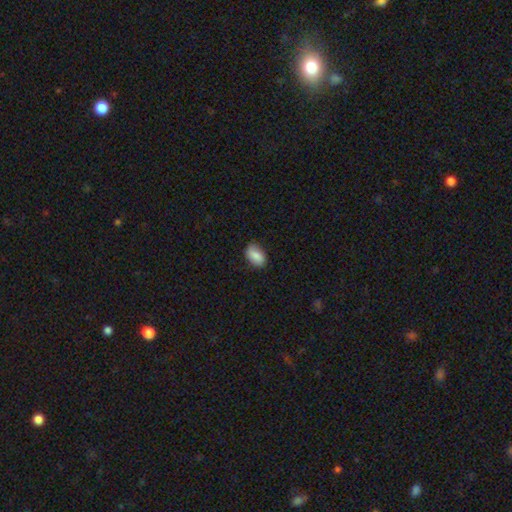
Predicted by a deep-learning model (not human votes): Smooth or featured? Predicted: smooth (p=0.85). How rounded? Predicted: in between (p=0.88). Merging? Predicted: none (p=0.79).